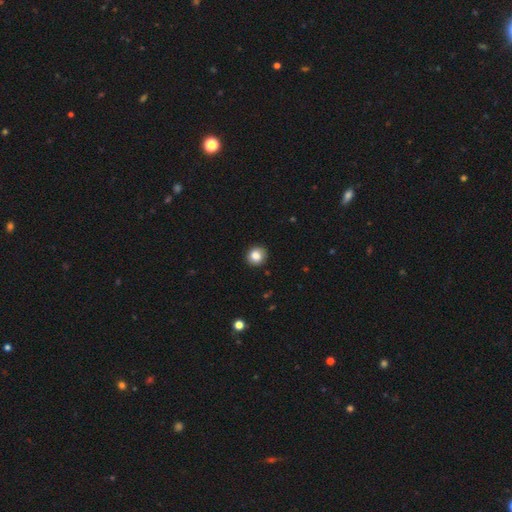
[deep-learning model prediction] smooth 85%, star or artifact 10%, featured or disk 6%. Down the decision tree: how rounded — round (86%); merging — none (90%).